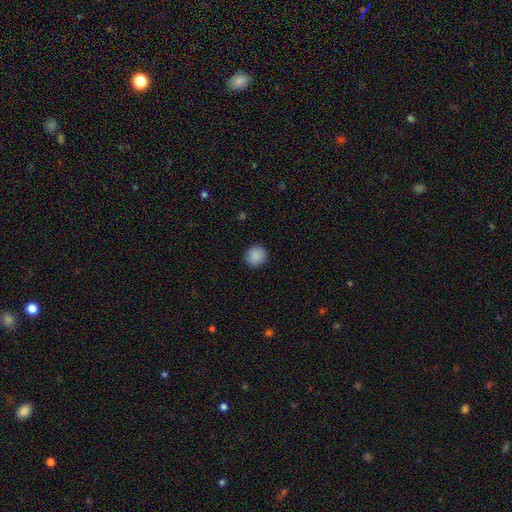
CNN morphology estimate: type=smooth (89%); roundness=round (89%); merging=none (91%).